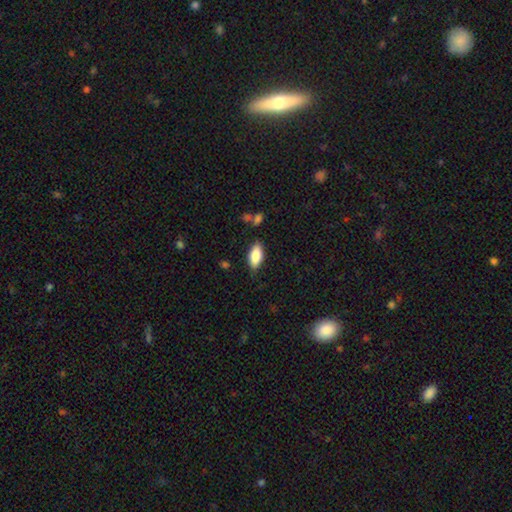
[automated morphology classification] Q: Smooth or featured?
A: smooth (82%); runner-up: featured or disk (11%)
Q: How rounded?
A: in between (89%); runner-up: cigar-shaped (9%)
Q: Merging?
A: none (81%); runner-up: minor disturbance (14%)